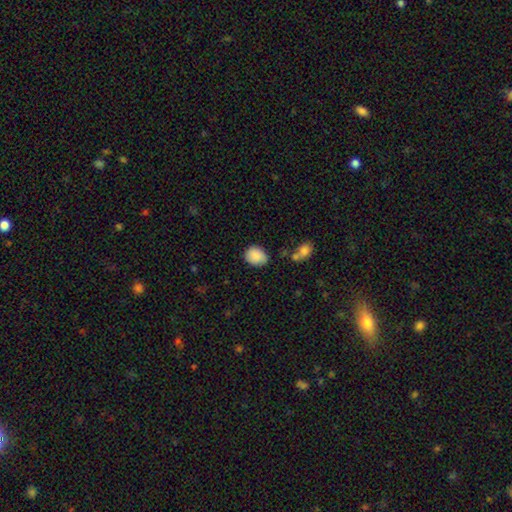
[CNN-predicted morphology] Smooth or featured: smooth — 89% (star or artifact — 7%)
How rounded: in between — 51% (round — 48%)
Merging: none — 76% (minor disturbance — 17%)